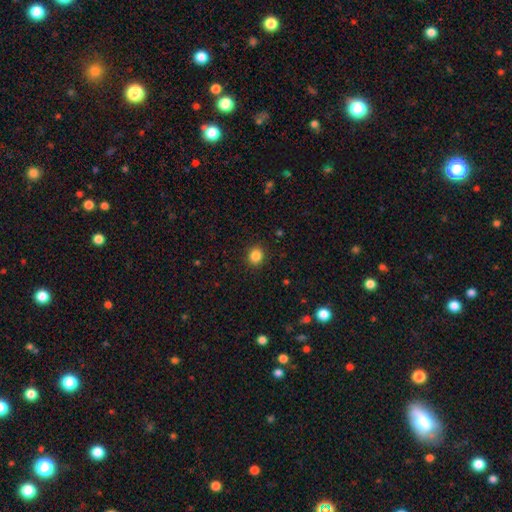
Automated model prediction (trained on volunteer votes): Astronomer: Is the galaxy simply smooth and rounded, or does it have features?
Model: smooth — 85%.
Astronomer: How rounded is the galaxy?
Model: round — 81%.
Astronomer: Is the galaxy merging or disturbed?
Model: none — 91%.